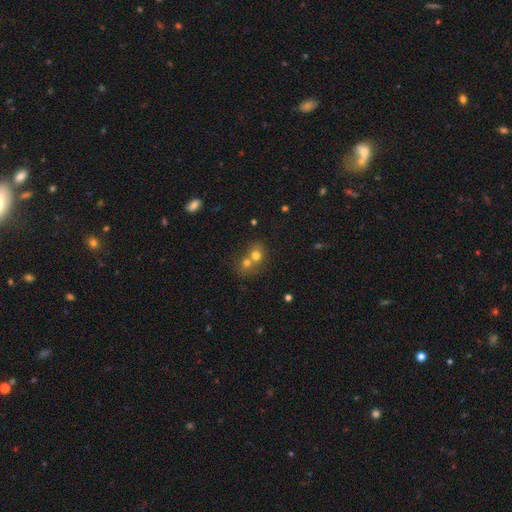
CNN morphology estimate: A smooth galaxy with no disk features (69%) that is round (72%).

Vote fractions:
- Smooth or featured? smooth: 69% / featured or disk: 16% / star or artifact: 15%
- How rounded? round: 72% / in between: 27% / cigar-shaped: 1%
- Merging? merger: 62% / none: 30% / minor disturbance: 5% / major disturbance: 3%